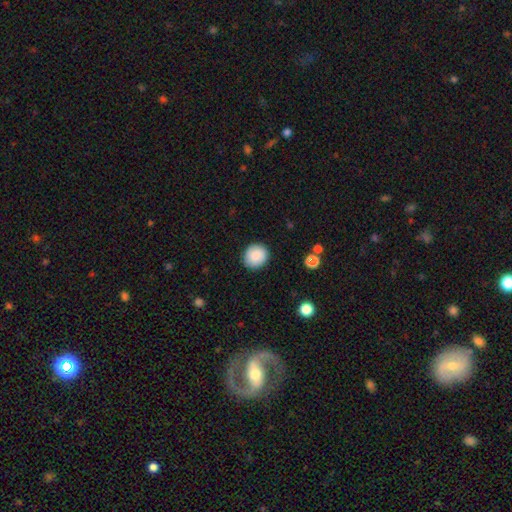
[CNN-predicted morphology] This is clearly a smooth galaxy (87%). How rounded: clearly round (84%). Merging: clearly none (89%).